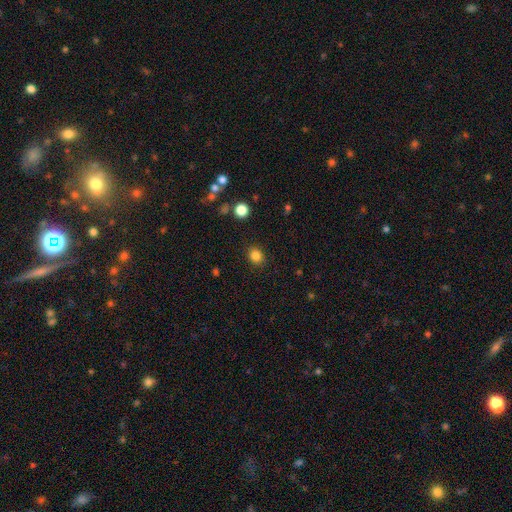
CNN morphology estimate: smooth 83%, star or artifact 12%, featured or disk 5%. Down the decision tree: how rounded — round (69%); merging — none (89%).